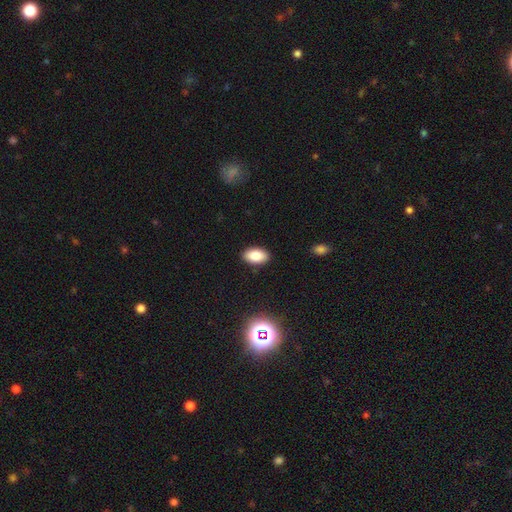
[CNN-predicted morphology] smooth-or-featured: smooth: 83% | star or artifact: 9% | featured or disk: 7%
  how-rounded: in between: 93% | round: 5% | cigar-shaped: 2%
  merging: none: 89% | minor disturbance: 8% | major disturbance: 2% | merger: 1%